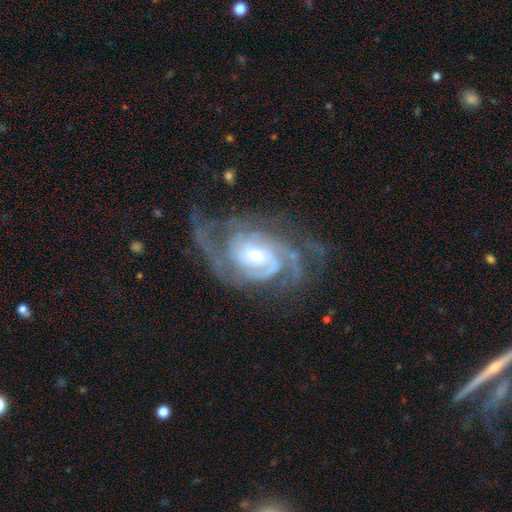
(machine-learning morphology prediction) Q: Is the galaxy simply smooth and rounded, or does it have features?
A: featured or disk — 90%.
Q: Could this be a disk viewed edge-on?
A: no — 97%.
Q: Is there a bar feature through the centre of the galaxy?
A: no — 50%.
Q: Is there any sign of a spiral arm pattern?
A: yes — 97%.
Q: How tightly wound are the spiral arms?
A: tight — 56%.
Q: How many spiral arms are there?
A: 2 — 30%.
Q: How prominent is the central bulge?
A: small — 49%.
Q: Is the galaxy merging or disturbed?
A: none — 57%.